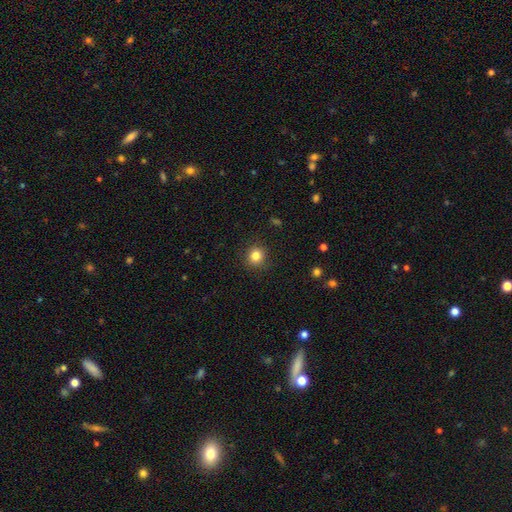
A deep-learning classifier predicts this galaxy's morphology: Smooth or featured: smooth — 82% (star or artifact — 12%)
How rounded: round — 90% (in between — 9%)
Merging: none — 90% (minor disturbance — 7%)